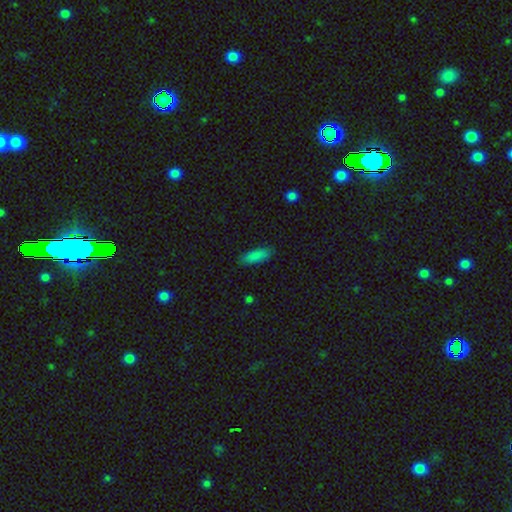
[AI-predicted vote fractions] A smooth galaxy with no disk features (87%) that is in between round and cigar-shaped (59%).

Vote fractions:
- Smooth or featured? smooth: 87% / star or artifact: 7% / featured or disk: 6%
- How rounded? in between: 59% / cigar-shaped: 39% / round: 2%
- Merging? none: 86% / minor disturbance: 11% / major disturbance: 2% / merger: 1%